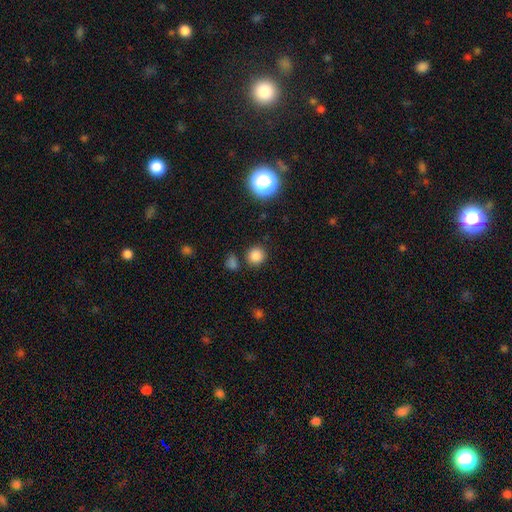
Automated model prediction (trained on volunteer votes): Morphology: type=smooth (83%); roundness=round (90%); merging=none (82%).